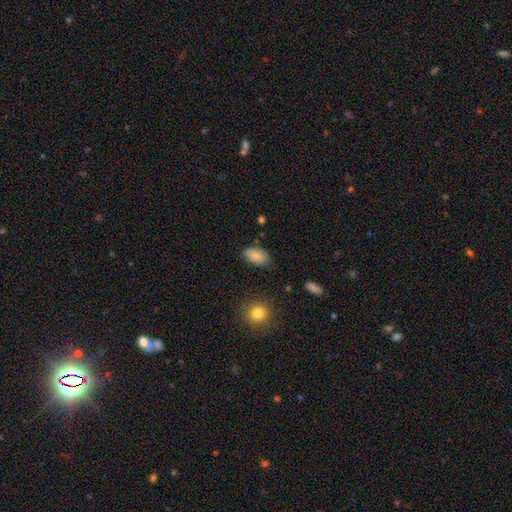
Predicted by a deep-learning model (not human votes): The model was most divided on "merging": none: 74%, minor disturbance: 20%, major disturbance: 4%, merger: 2%. More confident: how rounded — in between (92%); smooth or featured — smooth (85%).